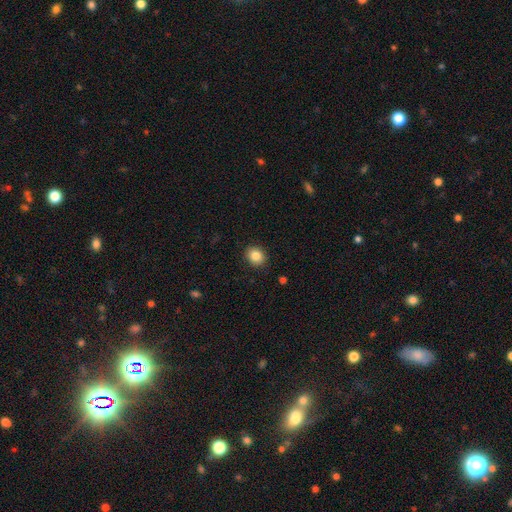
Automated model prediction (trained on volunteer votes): smooth 85%, star or artifact 10%, featured or disk 5%. Down the decision tree: how rounded — round (67%); merging — none (90%).